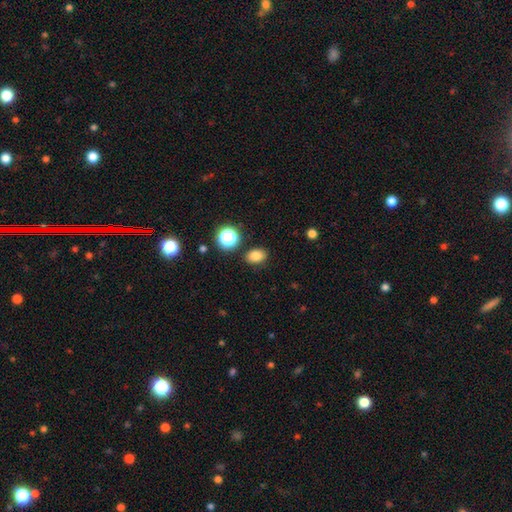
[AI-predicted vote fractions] The model was most divided on "how rounded": in between: 73%, round: 25%, cigar-shaped: 1%. More confident: merging — none (86%); smooth or featured — smooth (81%).